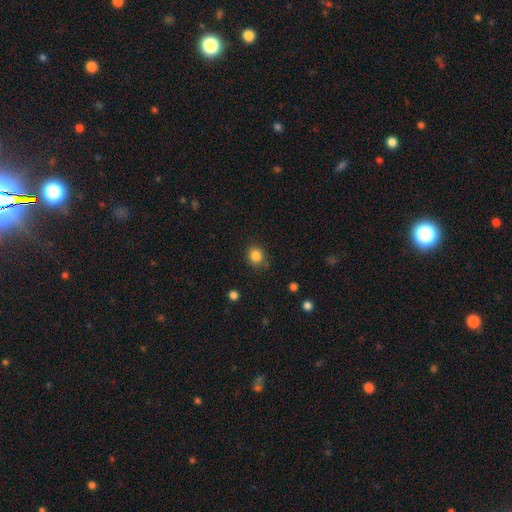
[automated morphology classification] Overall: smooth (85%). How rounded: round (76%). Merging: none (85%).